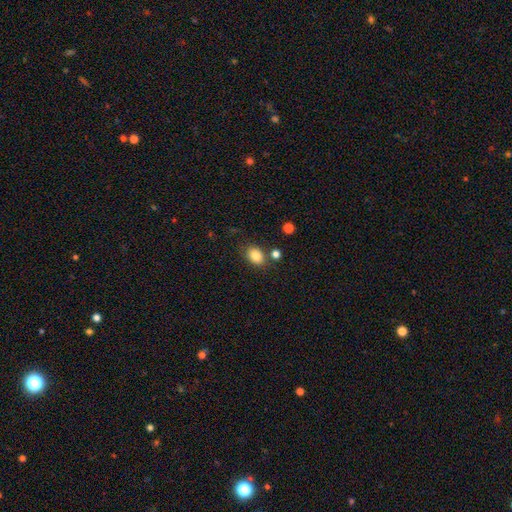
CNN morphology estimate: type=smooth (84%); roundness=in between (72%); merging=none (74%).